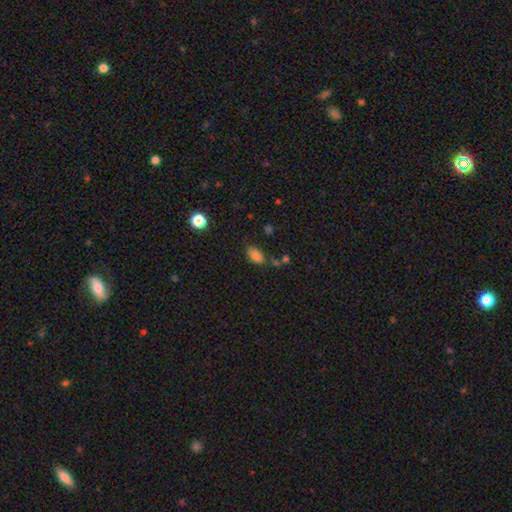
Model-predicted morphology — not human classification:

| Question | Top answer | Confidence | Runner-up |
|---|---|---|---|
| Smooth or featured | smooth | 81% | star or artifact (11%) |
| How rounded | in between | 90% | round (7%) |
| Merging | none | 68% | minor disturbance (19%) |